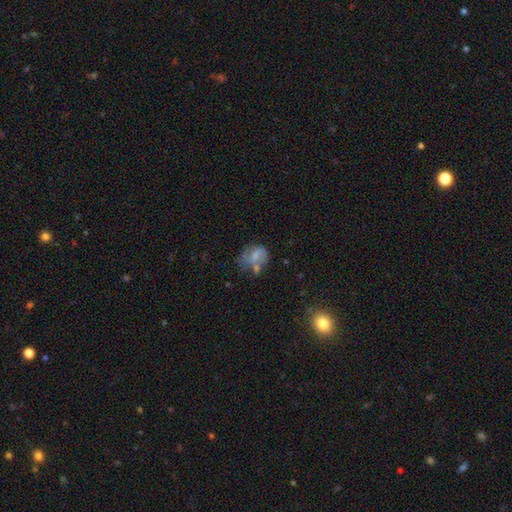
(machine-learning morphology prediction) A smooth galaxy with no disk features (53%) that is in between round and cigar-shaped (61%). Merging: none (30%).